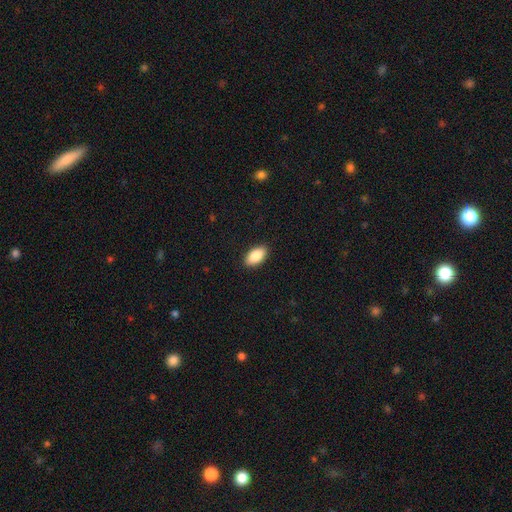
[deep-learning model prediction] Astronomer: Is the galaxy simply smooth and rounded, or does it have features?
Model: smooth — 87%.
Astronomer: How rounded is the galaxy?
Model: in between — 93%.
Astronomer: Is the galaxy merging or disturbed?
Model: none — 90%.